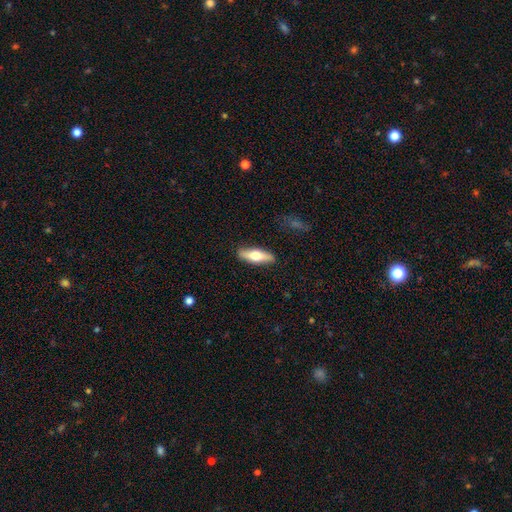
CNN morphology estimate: Smooth or featured? smooth (57%)
How rounded? cigar-shaped (52%)
Merging? none (87%)